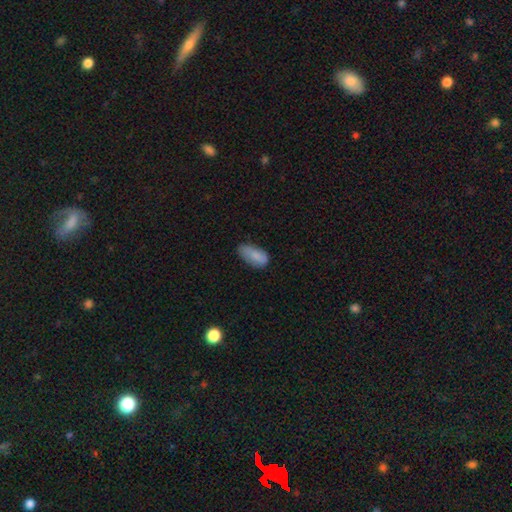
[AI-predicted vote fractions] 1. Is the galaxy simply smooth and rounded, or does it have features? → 82% smooth, 11% featured or disk, 7% star or artifact.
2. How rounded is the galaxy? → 92% in between, 5% cigar-shaped, 3% round.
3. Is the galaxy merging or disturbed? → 59% none, 32% minor disturbance, 7% major disturbance, 2% merger.